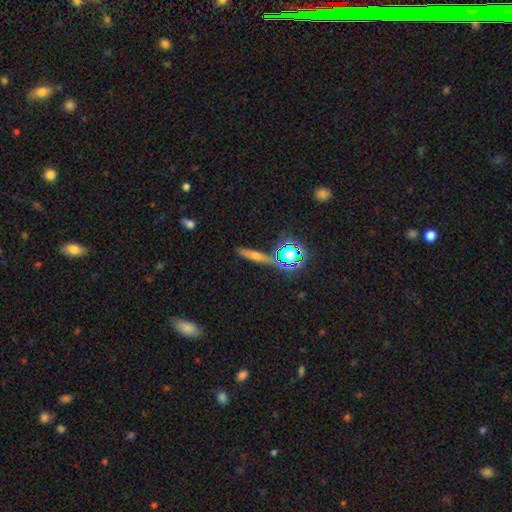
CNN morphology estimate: Overall: smooth (38%; featured or disk 36%). Merging: none (82%).